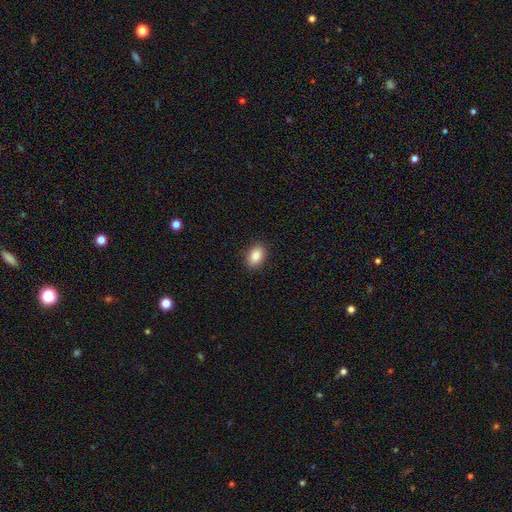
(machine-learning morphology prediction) smooth-or-featured: smooth: 86% | star or artifact: 8% | featured or disk: 6%
  how-rounded: in between: 83% | round: 15% | cigar-shaped: 1%
  merging: none: 90% | minor disturbance: 7% | major disturbance: 2% | merger: 1%